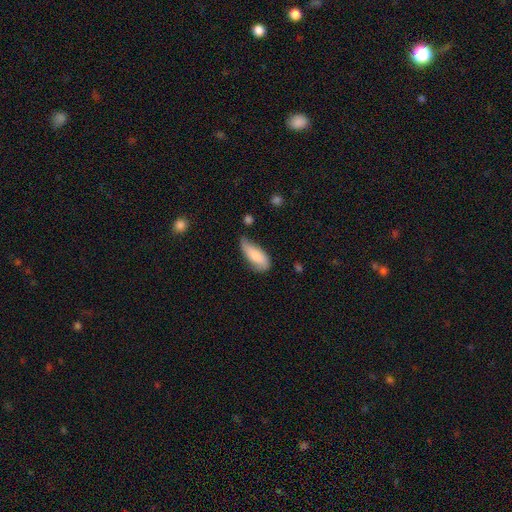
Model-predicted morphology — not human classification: Smooth or featured? smooth (76%)
How rounded? in between (77%)
Merging? minor disturbance (44%)